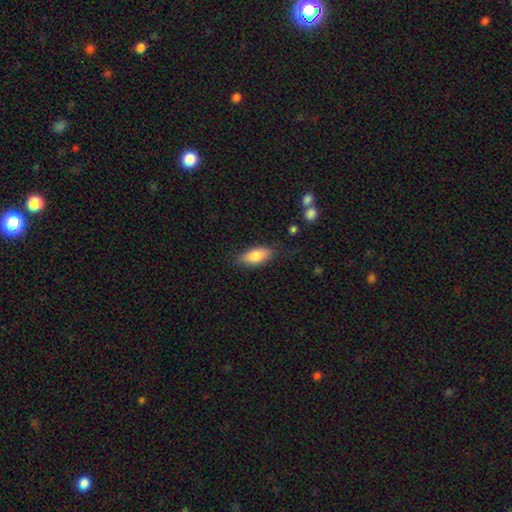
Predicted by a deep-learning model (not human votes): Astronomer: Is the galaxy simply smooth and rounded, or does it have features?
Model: smooth — 83%.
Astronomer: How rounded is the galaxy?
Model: in between — 86%.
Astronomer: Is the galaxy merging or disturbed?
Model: none — 79%.